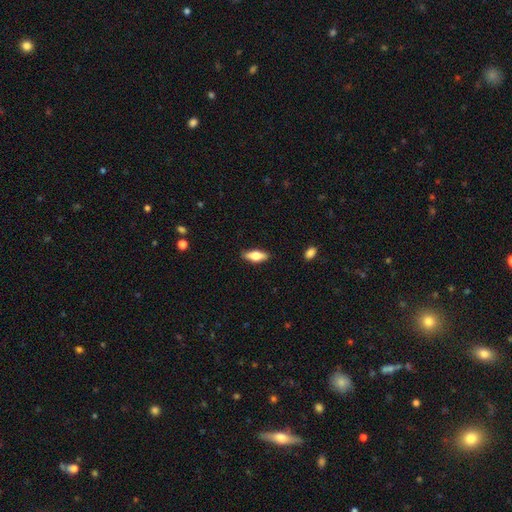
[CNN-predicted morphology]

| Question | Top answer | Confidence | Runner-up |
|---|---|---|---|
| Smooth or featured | smooth | 60% | featured or disk (33%) |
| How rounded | in between | 68% | cigar-shaped (30%) |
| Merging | none | 87% | minor disturbance (10%) |